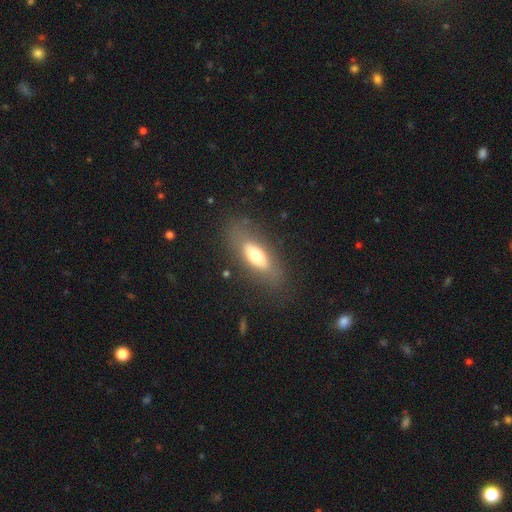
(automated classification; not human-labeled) Overall: smooth (60%; featured or disk 32%). How rounded: in between (68%; cigar-shaped 28%). Merging: none (78%).